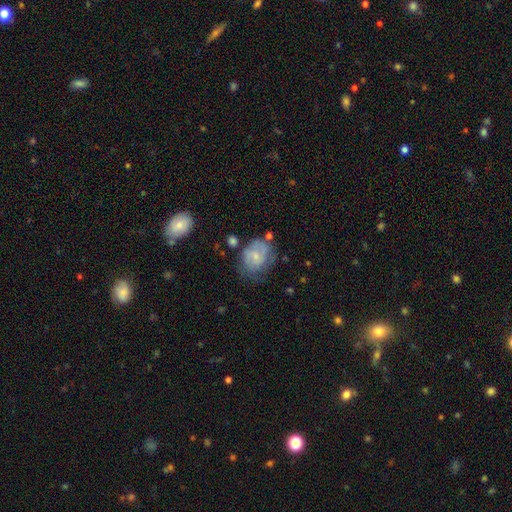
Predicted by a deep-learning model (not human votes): This appears to be a featured or disk galaxy (49%). Merging: none (48%).